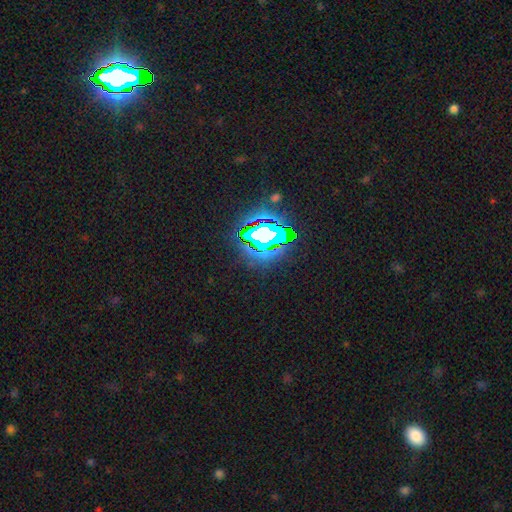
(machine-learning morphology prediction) type=star or artifact (78%).